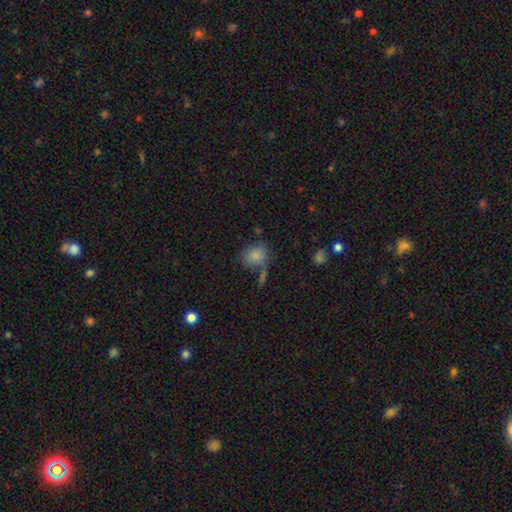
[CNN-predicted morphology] Smooth or featured?
  - smooth: 82% *
  - star or artifact: 10%
  - featured or disk: 8%
How rounded?
  - round: 66% *
  - in between: 32%
  - cigar-shaped: 1%
Merging?
  - none: 60% *
  - minor disturbance: 18%
  - merger: 15%
  - major disturbance: 7%